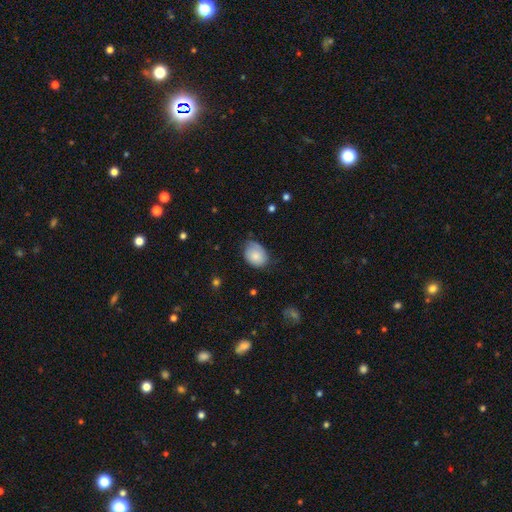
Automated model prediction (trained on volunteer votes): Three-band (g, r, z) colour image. It shows a smooth galaxy with no disk features (77%) that is in between round and cigar-shaped (66%). Merging: none (57%).